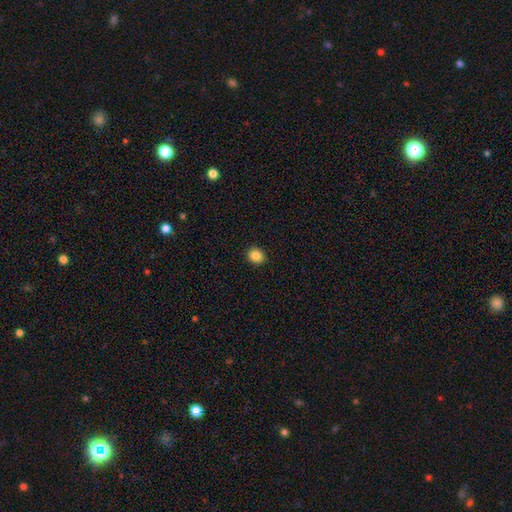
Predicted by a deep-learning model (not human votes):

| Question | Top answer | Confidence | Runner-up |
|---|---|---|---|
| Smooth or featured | smooth | 85% | star or artifact (10%) |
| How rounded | round | 76% | in between (23%) |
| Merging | none | 91% | minor disturbance (6%) |